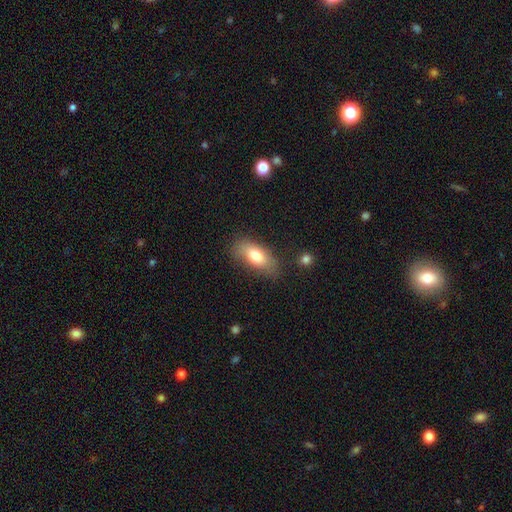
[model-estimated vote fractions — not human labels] Smooth or featured?
  - smooth: 74% *
  - featured or disk: 18%
  - star or artifact: 7%
How rounded?
  - in between: 84% *
  - cigar-shaped: 11%
  - round: 5%
Merging?
  - none: 72% *
  - minor disturbance: 20%
  - major disturbance: 6%
  - merger: 3%